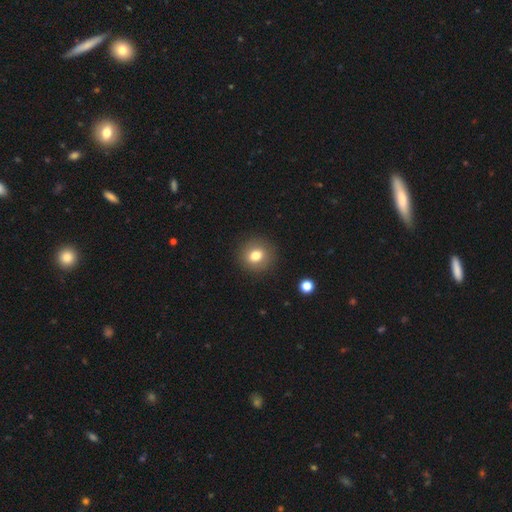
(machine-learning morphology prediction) A smooth galaxy with no disk features (77%) that is round (85%). Merging: none (90%).